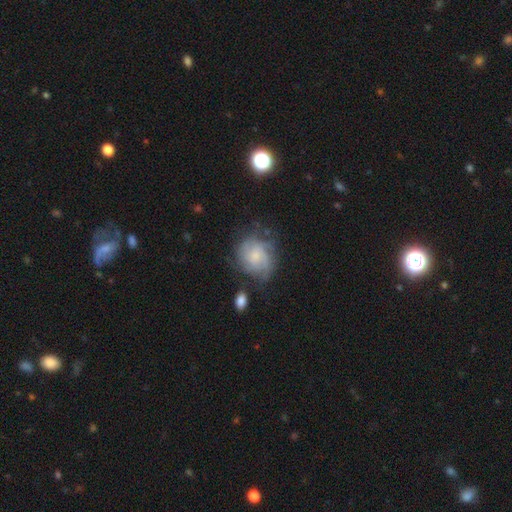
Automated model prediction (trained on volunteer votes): smooth_or_featured: featured or disk (p=0.65) [alt: smooth p=0.27]
disk_edge_on: no (p=0.98) [alt: yes p=0.02]
bar: no (p=0.71) [alt: weak p=0.25]
has_spiral_arms: yes (p=0.87) [alt: no p=0.13]
spiral_winding: tight (p=0.52) [alt: medium p=0.35]
spiral_arm_count: can't tell (p=0.41) [alt: 3 p=0.20]
bulge_size: small (p=0.51) [alt: moderate p=0.25]
merging: none (p=0.59) [alt: minor disturbance p=0.23]